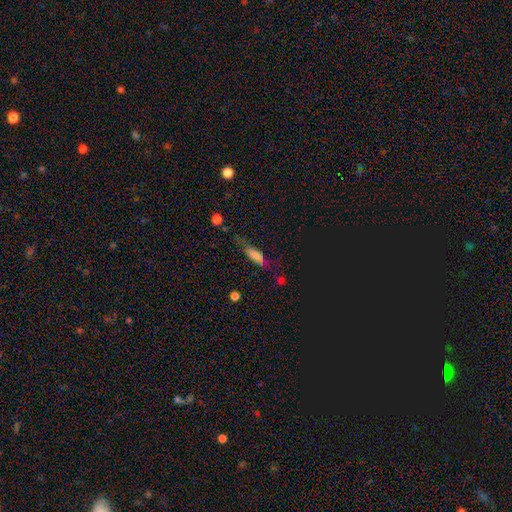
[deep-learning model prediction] Smooth or featured: smooth — 47% (featured or disk — 32%)
Merging: none — 63% (minor disturbance — 22%)